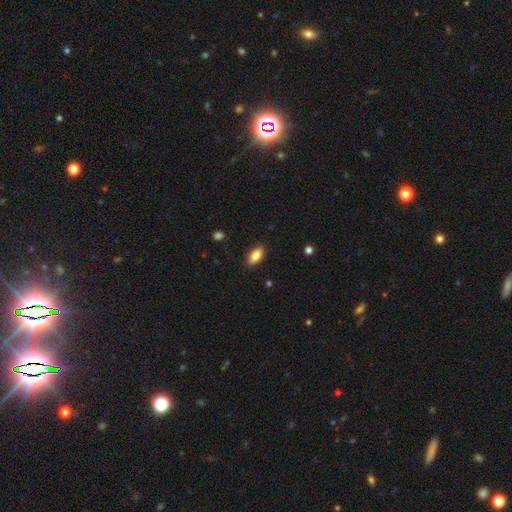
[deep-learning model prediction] This is clearly a smooth galaxy (83%). How rounded: clearly in between (84%). Merging: clearly none (87%).